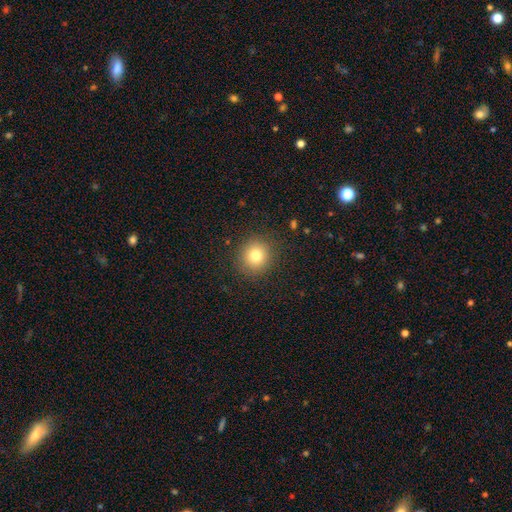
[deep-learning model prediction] A smooth galaxy with no disk features (79%) that is round (89%).

Vote fractions:
- Smooth or featured? smooth: 79% / star or artifact: 13% / featured or disk: 9%
- How rounded? round: 89% / in between: 10% / cigar-shaped: 1%
- Merging? none: 89% / minor disturbance: 7% / major disturbance: 3% / merger: 1%